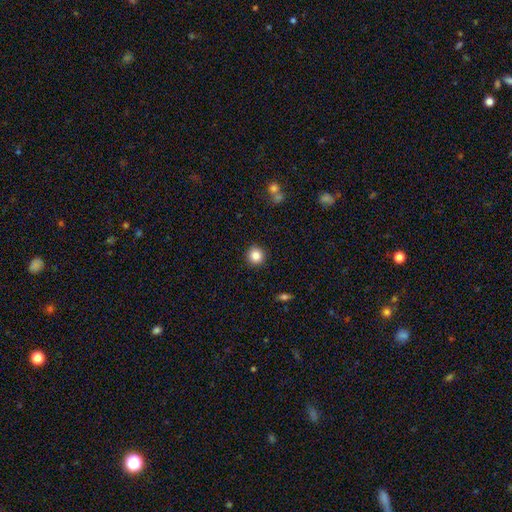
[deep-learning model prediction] smooth-or-featured: smooth: 85% | star or artifact: 10% | featured or disk: 5%
  how-rounded: round: 93% | in between: 6% | cigar-shaped: 1%
  merging: none: 91% | minor disturbance: 6% | major disturbance: 2% | merger: 1%